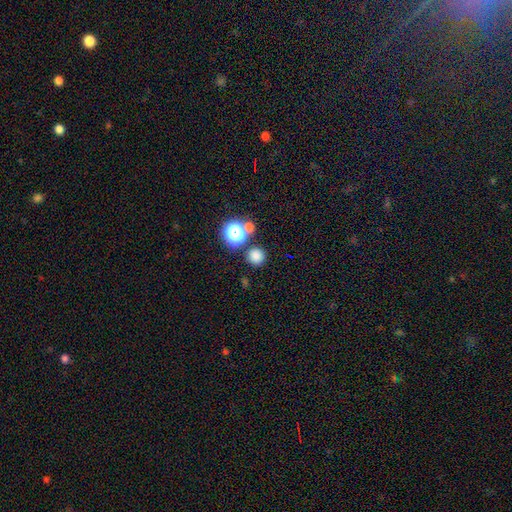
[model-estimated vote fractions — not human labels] Q: Smooth or featured?
A: smooth (77%); runner-up: star or artifact (18%)
Q: How rounded?
A: round (94%); runner-up: in between (5%)
Q: Merging?
A: none (81%); runner-up: merger (9%)